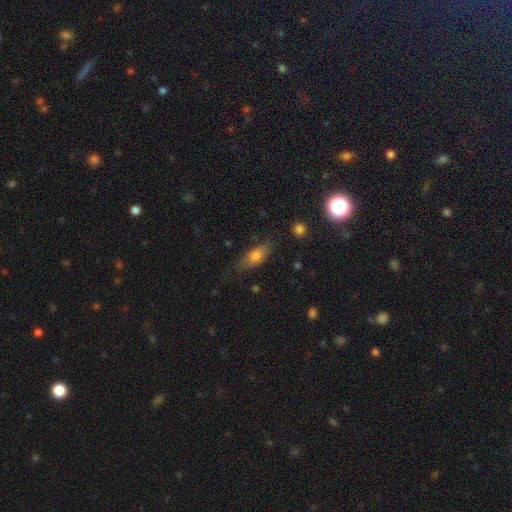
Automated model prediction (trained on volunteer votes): smooth_or_featured: smooth (p=0.66) [alt: featured or disk p=0.24]
how_rounded: in between (p=0.72) [alt: cigar-shaped p=0.23]
merging: none (p=0.71) [alt: minor disturbance p=0.21]